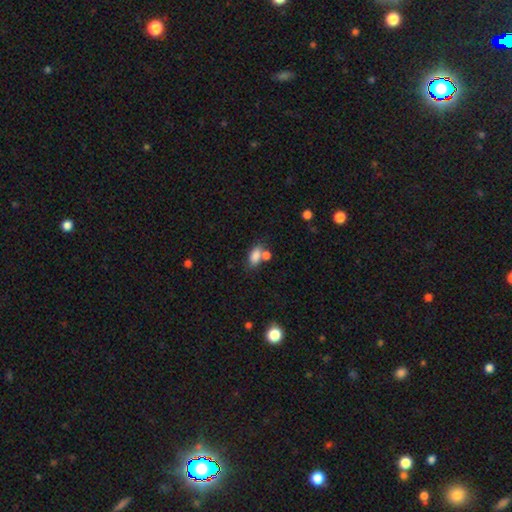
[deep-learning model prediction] Overall: smooth (81%). How rounded: in between (87%). Merging: none (43%; merger 39%).